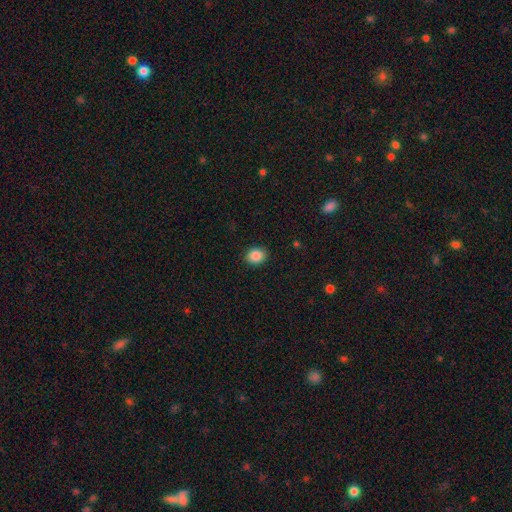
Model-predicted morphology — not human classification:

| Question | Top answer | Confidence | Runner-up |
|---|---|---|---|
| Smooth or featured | smooth | 88% | star or artifact (9%) |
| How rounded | round | 57% | in between (42%) |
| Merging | none | 90% | minor disturbance (7%) |